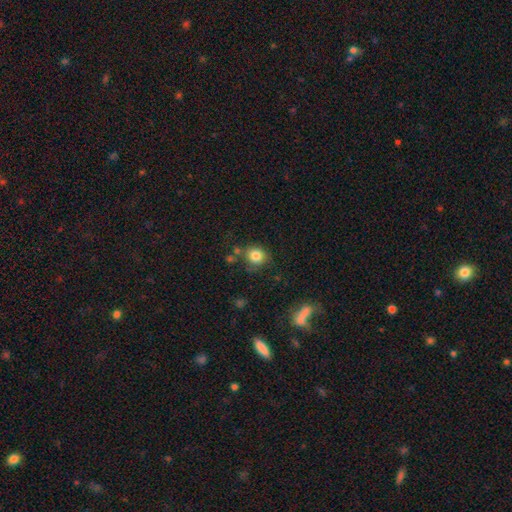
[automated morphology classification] The model was most divided on "merging": none: 71%, minor disturbance: 15%, merger: 8%, major disturbance: 5%. More confident: how rounded — round (84%); smooth or featured — smooth (83%).